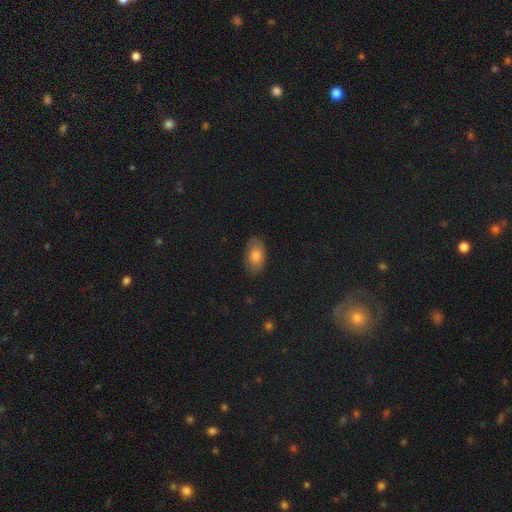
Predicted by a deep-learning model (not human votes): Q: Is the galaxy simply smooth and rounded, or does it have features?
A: smooth — 78%.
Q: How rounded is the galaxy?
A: in between — 92%.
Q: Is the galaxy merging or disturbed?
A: none — 83%.